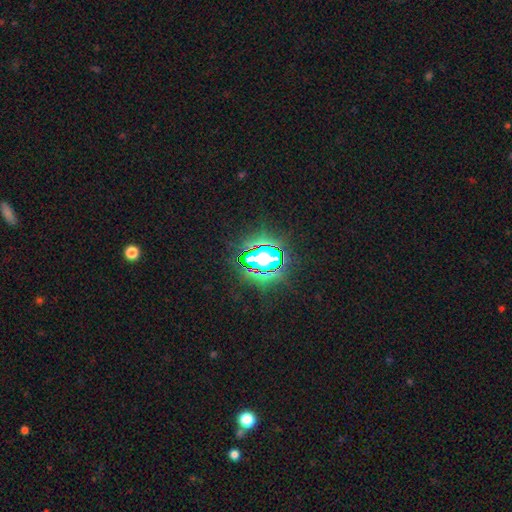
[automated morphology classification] A star or artifact, not a galaxy (83%).